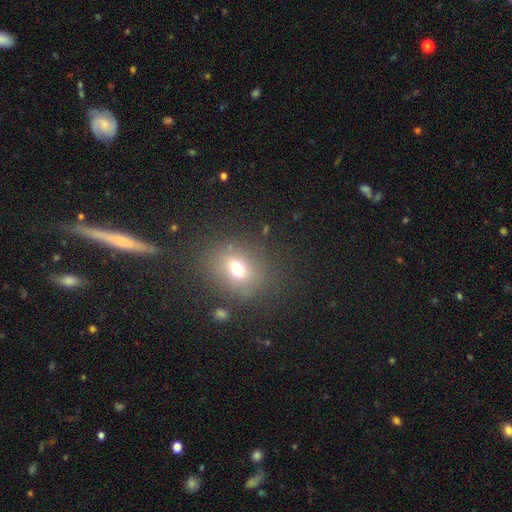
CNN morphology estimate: Overall: smooth (57%; star or artifact 29%). How rounded: round (66%; in between 30%). Merging: none (86%).